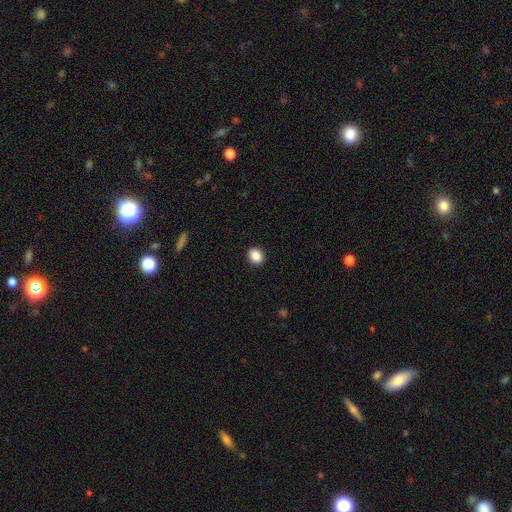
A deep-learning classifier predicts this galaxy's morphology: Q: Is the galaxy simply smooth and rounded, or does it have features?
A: smooth — 89%.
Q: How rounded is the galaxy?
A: in between — 55%.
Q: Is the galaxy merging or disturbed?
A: none — 91%.